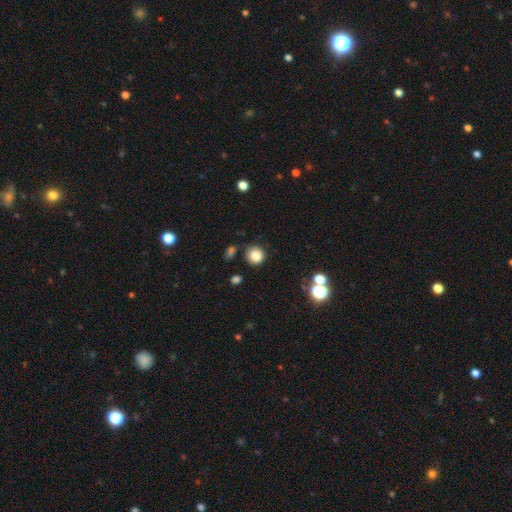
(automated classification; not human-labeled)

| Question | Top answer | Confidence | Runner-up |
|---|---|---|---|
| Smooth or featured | smooth | 83% | star or artifact (12%) |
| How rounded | round | 92% | in between (7%) |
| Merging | none | 83% | minor disturbance (10%) |